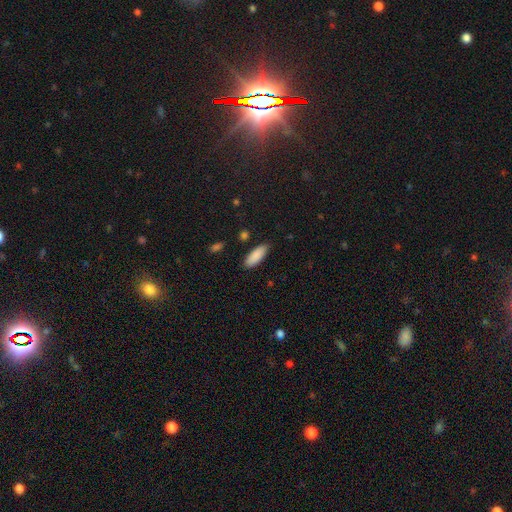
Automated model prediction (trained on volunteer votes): smooth_or_featured: smooth (p=0.89) [alt: star or artifact p=0.06]
how_rounded: in between (p=0.69) [alt: cigar-shaped p=0.30]
merging: none (p=0.85) [alt: minor disturbance p=0.10]